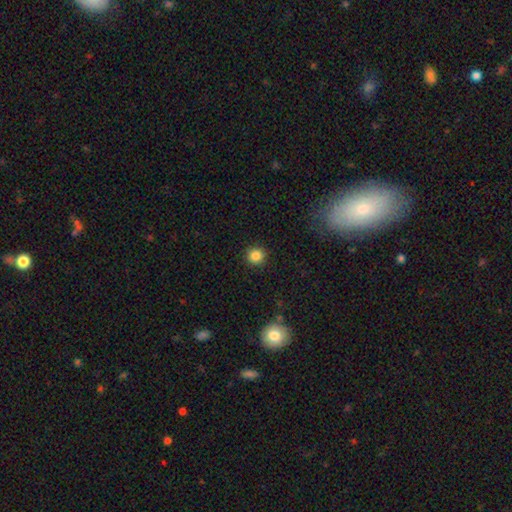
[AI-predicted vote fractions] smooth 84%, star or artifact 11%, featured or disk 4%. Down the decision tree: how rounded — round (93%); merging — none (91%).